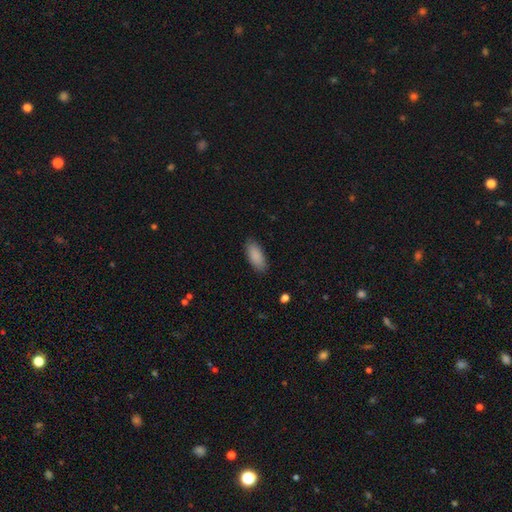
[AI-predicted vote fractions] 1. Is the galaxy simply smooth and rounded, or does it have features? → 89% smooth, 6% star or artifact, 5% featured or disk.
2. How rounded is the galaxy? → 85% in between, 13% cigar-shaped, 2% round.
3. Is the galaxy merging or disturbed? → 86% none, 11% minor disturbance, 2% major disturbance, 1% merger.